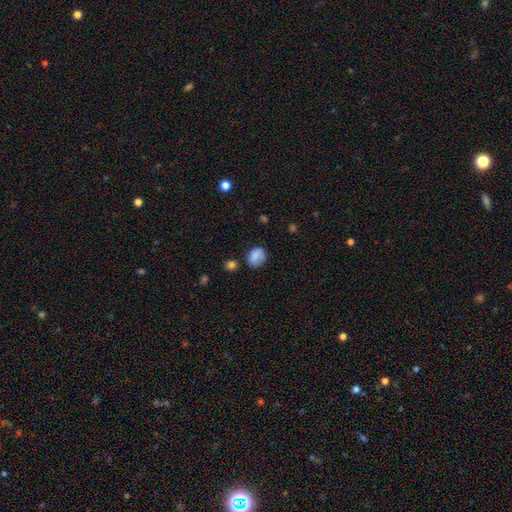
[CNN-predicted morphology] Smooth or featured: smooth — 78% (featured or disk — 13%)
How rounded: round — 51% (in between — 48%)
Merging: none — 63% (minor disturbance — 25%)